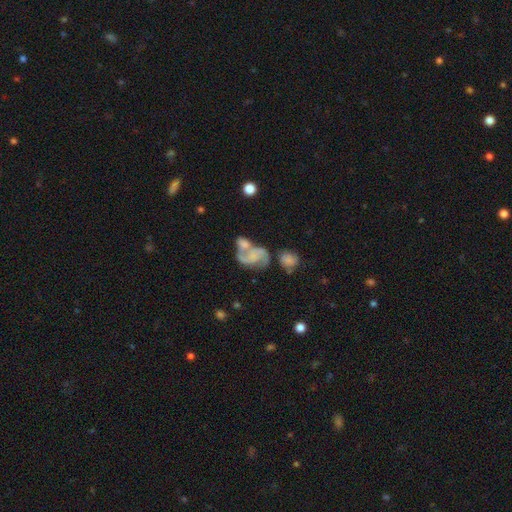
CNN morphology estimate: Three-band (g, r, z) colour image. It shows a featured or disk galaxy (67%) with no bar (67%), 2 (82%) loose (54%) spiral arms (81%) and no central bulge (58%). Merging: merger (50%).